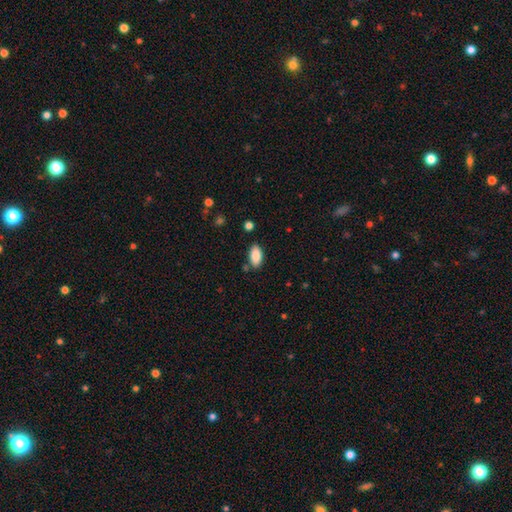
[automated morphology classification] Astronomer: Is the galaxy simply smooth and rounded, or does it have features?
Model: smooth — 88%.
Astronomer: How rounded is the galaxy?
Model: in between — 93%.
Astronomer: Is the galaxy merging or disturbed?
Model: none — 83%.